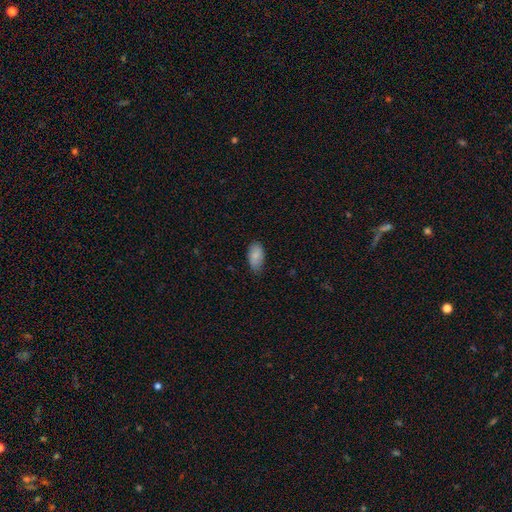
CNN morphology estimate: A smooth galaxy with no disk features (85%) that is in between round and cigar-shaped (94%).

Vote fractions:
- Smooth or featured? smooth: 85% / featured or disk: 8% / star or artifact: 7%
- How rounded? in between: 94% / round: 3% / cigar-shaped: 2%
- Merging? none: 76% / minor disturbance: 20% / major disturbance: 3% / merger: 1%